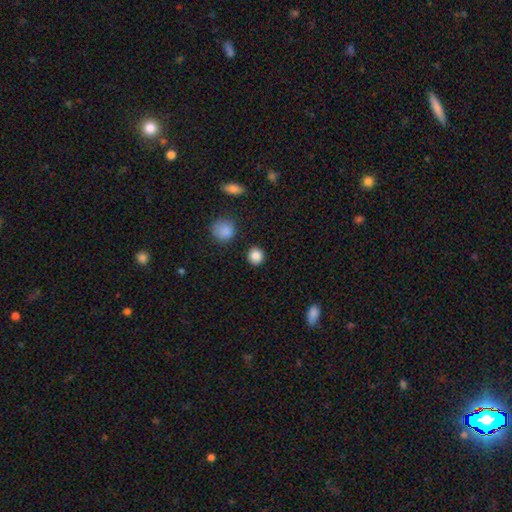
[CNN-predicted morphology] This is clearly a smooth galaxy (86%). How rounded: clearly round (92%). Merging: clearly none (91%).